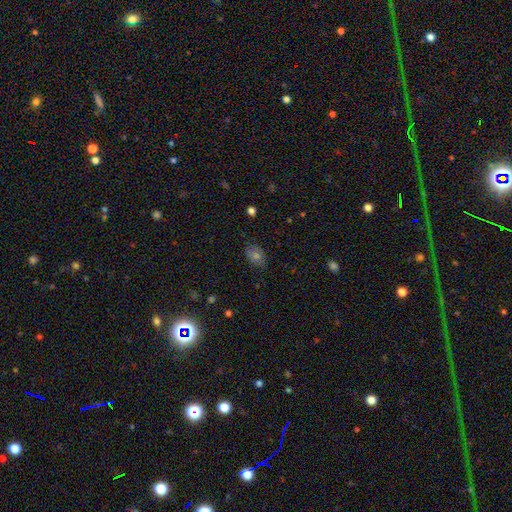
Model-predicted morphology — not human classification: smooth_or_featured: smooth (p=0.63) [alt: star or artifact p=0.24]
how_rounded: in between (p=0.67) [alt: round p=0.31]
merging: none (p=0.79) [alt: minor disturbance p=0.16]